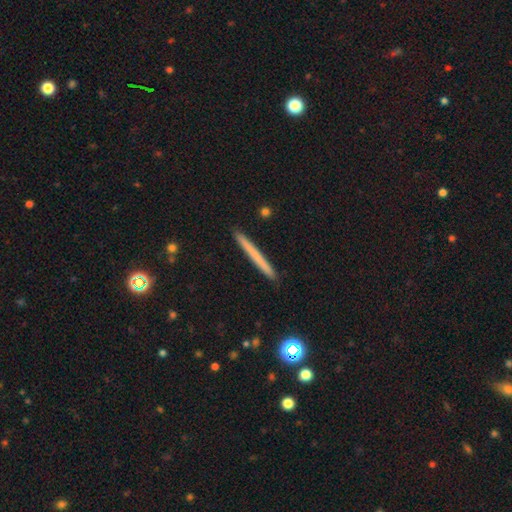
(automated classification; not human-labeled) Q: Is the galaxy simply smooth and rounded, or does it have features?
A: smooth — 61%.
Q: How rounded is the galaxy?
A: cigar-shaped — 97%.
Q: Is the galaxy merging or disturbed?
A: none — 92%.